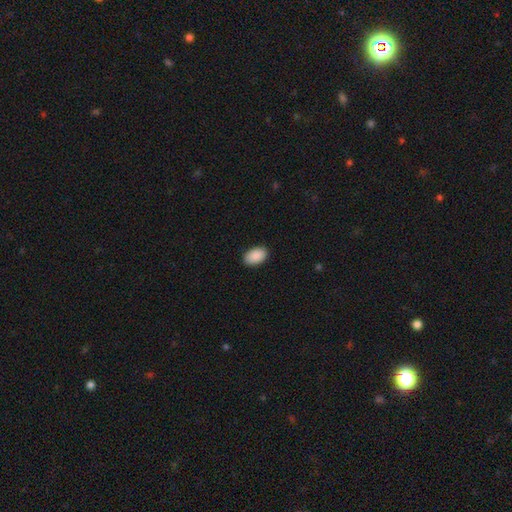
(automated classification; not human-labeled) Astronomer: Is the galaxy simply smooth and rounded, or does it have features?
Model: smooth — 90%.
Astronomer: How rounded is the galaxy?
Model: in between — 92%.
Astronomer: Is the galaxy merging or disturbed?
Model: none — 89%.